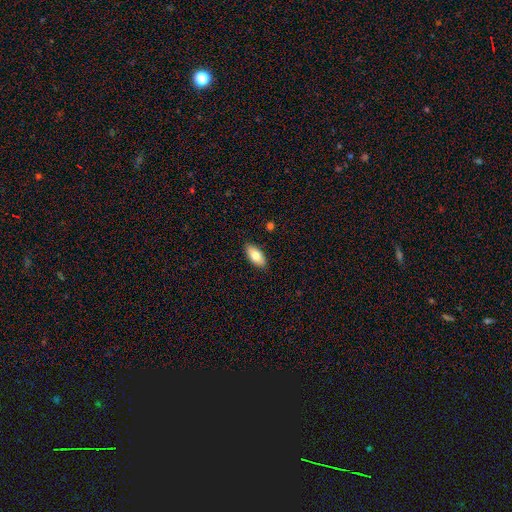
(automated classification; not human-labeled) A smooth galaxy with no disk features (78%) that is in between round and cigar-shaped (90%). Merging: none (87%).